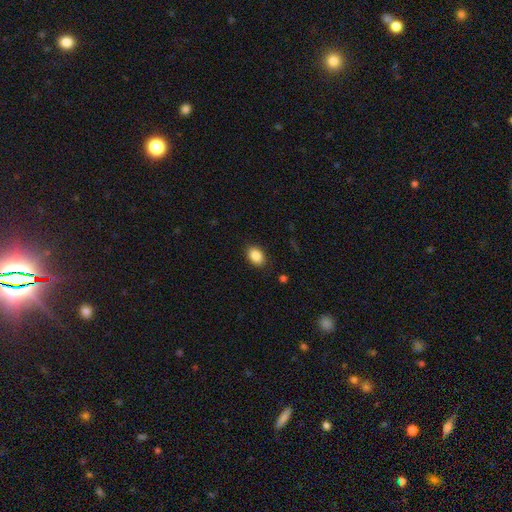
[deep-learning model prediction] Overall: smooth (87%). How rounded: in between (80%). Merging: none (88%).